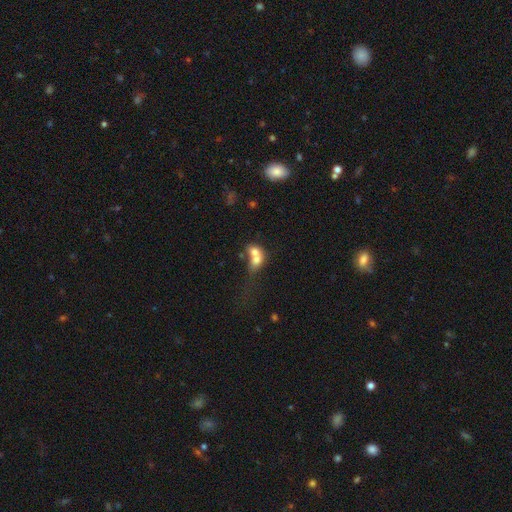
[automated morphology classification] Smooth or featured: smooth — 65% (featured or disk — 25%)
How rounded: in between — 57% (round — 41%)
Merging: merger — 72% (none — 15%)